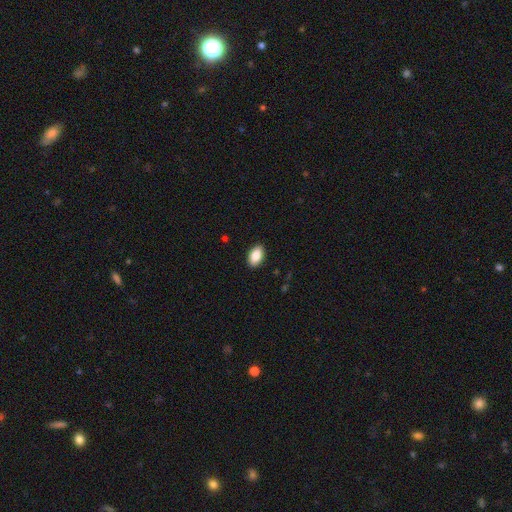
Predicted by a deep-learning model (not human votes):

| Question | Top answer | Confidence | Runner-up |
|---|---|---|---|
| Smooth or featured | smooth | 87% | star or artifact (7%) |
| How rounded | in between | 93% | round (5%) |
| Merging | none | 90% | minor disturbance (7%) |